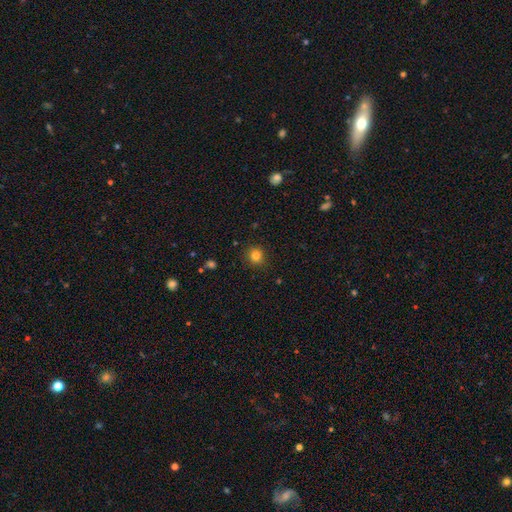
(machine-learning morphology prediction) Smooth or featured? Predicted: smooth (p=0.82). How rounded? Predicted: round (p=0.89). Merging? Predicted: none (p=0.89).